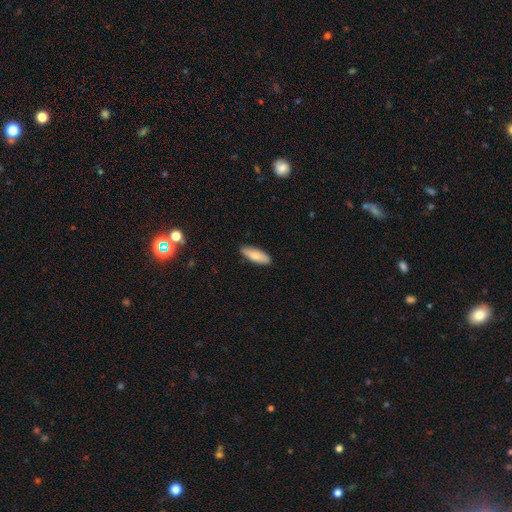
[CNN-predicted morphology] Q: Smooth or featured?
A: smooth (77%); runner-up: featured or disk (17%)
Q: How rounded?
A: in between (62%); runner-up: cigar-shaped (35%)
Q: Merging?
A: none (89%); runner-up: minor disturbance (9%)